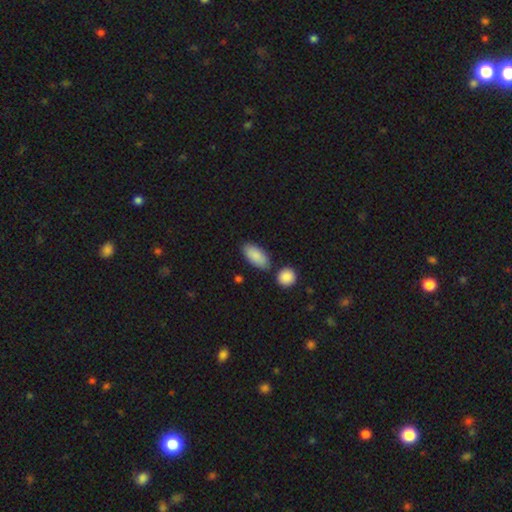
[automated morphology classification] smooth_or_featured: smooth (p=0.88) [alt: featured or disk p=0.07]
how_rounded: in between (p=0.90) [alt: cigar-shaped p=0.07]
merging: none (p=0.73) [alt: minor disturbance p=0.14]